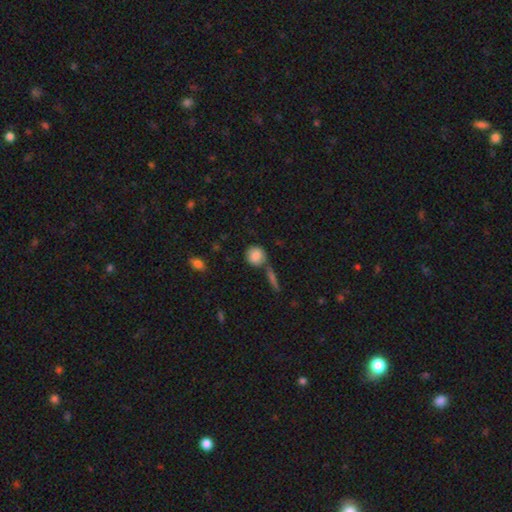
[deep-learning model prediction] Smooth or featured? Predicted: smooth (p=0.83). How rounded? Predicted: round (p=0.81). Merging? Predicted: none (p=0.67).